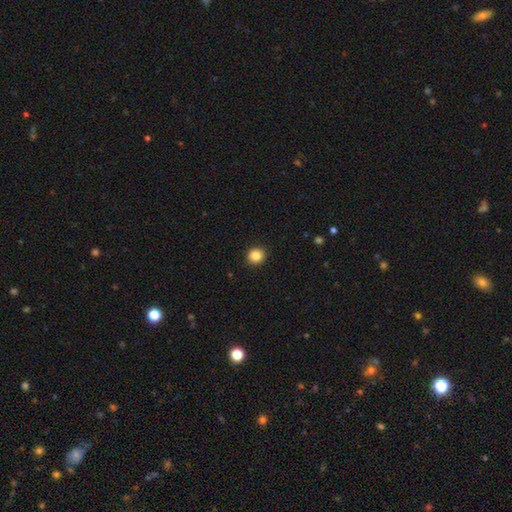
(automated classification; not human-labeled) Morphology: type=smooth (87%); roundness=round (86%); merging=none (92%).